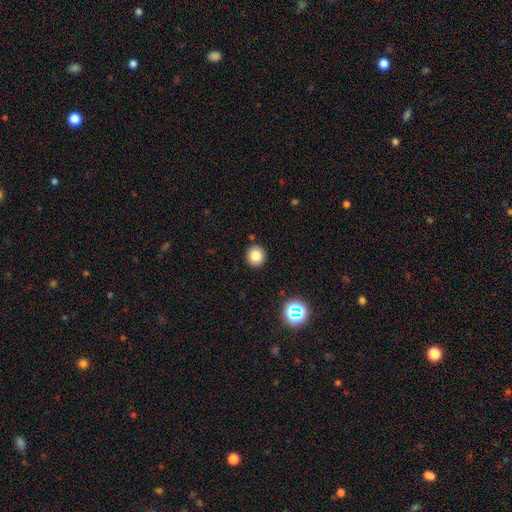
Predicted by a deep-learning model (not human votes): Smooth or featured? smooth (81%)
How rounded? round (92%)
Merging? none (91%)